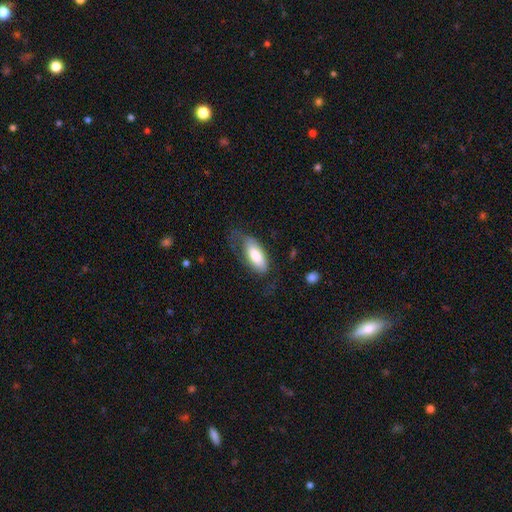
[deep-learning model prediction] Smooth or featured?
  - smooth: 73% *
  - featured or disk: 21%
  - star or artifact: 6%
How rounded?
  - in between: 85% *
  - cigar-shaped: 13%
  - round: 2%
Merging?
  - none: 43% *
  - minor disturbance: 28%
  - major disturbance: 27%
  - merger: 2%